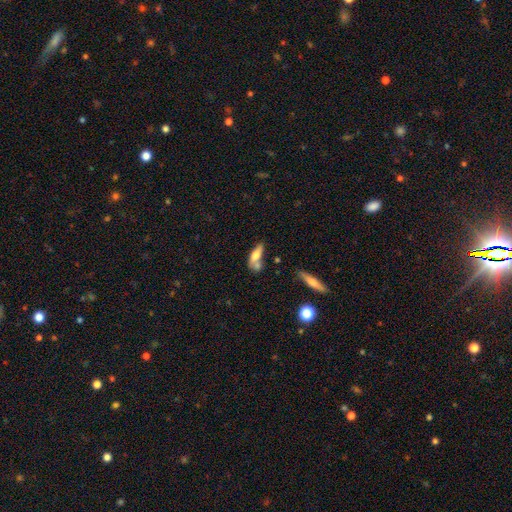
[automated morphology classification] Smooth or featured? Predicted: smooth (p=0.60). How rounded? Predicted: in between (p=0.59). Merging? Predicted: merger (p=0.37).